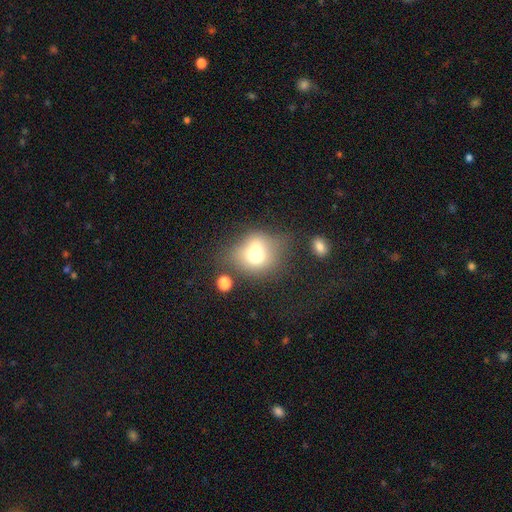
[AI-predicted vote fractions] A smooth galaxy with no disk features (66%) that is round (60%). Merging: none (40%).